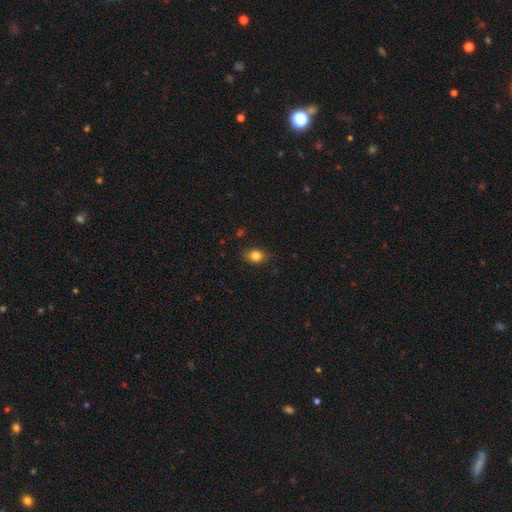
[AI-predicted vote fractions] The model was most divided on "how rounded": in between: 63%, round: 36%, cigar-shaped: 1%. More confident: smooth or featured — smooth (83%); merging — none (82%).